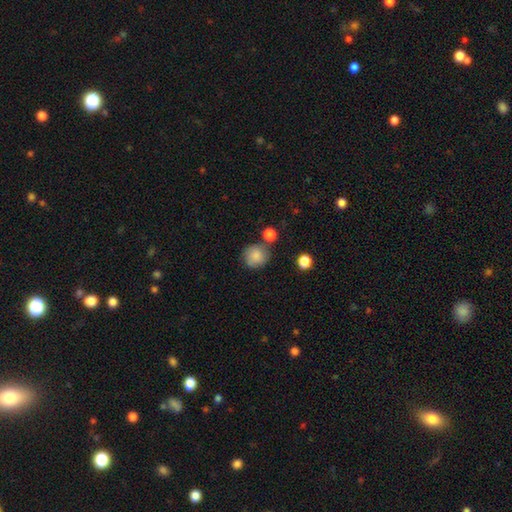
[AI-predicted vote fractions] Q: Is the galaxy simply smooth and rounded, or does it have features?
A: smooth — 83%.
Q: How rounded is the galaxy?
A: round — 86%.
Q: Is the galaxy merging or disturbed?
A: none — 67%.